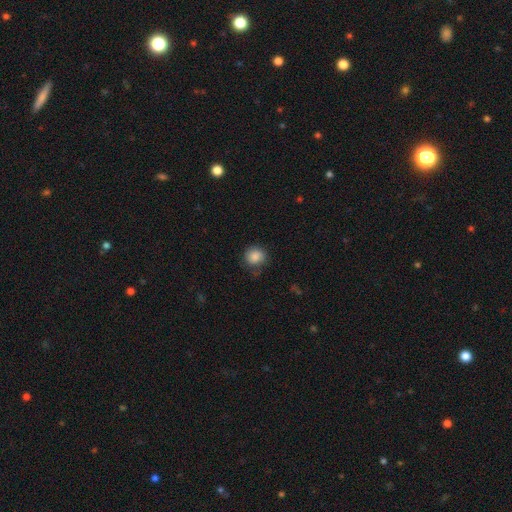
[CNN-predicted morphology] The model was most divided on "merging": none: 70%, minor disturbance: 22%, major disturbance: 7%, merger: 1%. More confident: smooth or featured — smooth (86%); how rounded — round (82%).